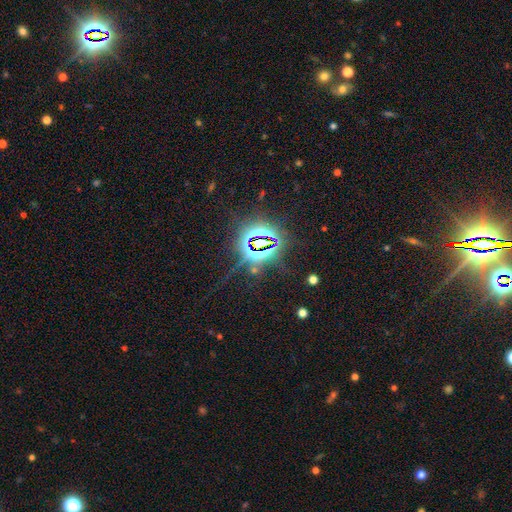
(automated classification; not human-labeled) Smooth or featured: star or artifact — 85% (featured or disk — 8%)